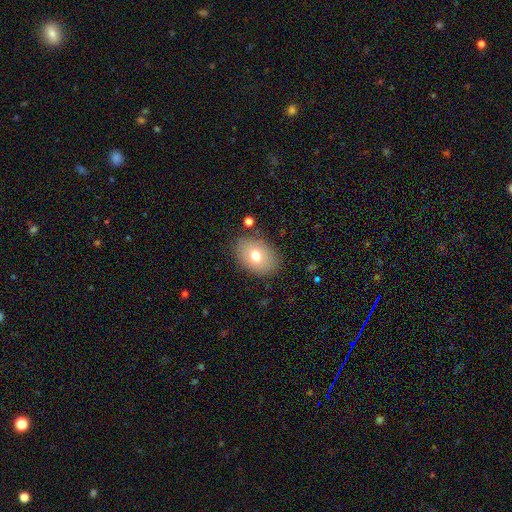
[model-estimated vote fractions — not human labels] A smooth galaxy with no disk features (73%) that is in between round and cigar-shaped (79%). Merging: none (83%).